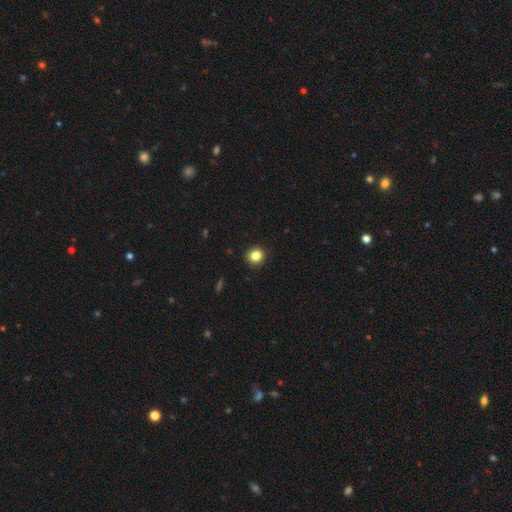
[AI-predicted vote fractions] smooth 84%, star or artifact 11%, featured or disk 5%. Down the decision tree: how rounded — round (90%); merging — none (92%).